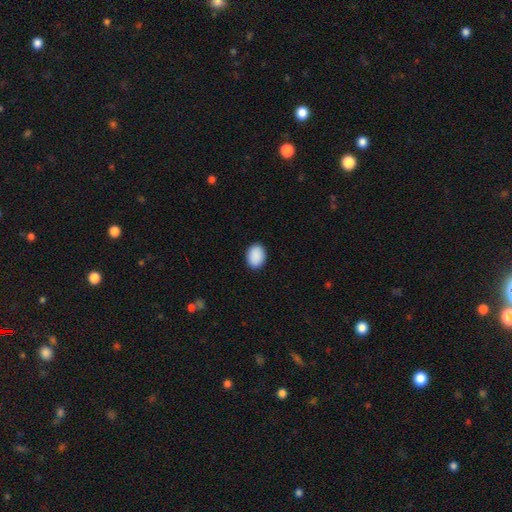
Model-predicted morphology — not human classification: Smooth or featured? Predicted: smooth (p=0.91). How rounded? Predicted: in between (p=0.74). Merging? Predicted: none (p=0.90).